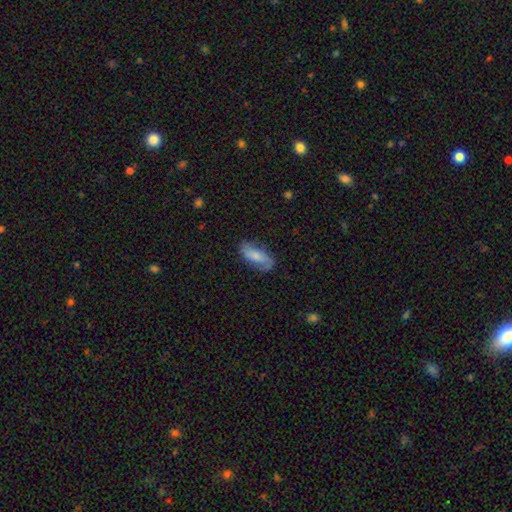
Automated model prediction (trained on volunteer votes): Q: Smooth or featured?
A: smooth (58%); runner-up: featured or disk (35%)
Q: How rounded?
A: in between (80%); runner-up: cigar-shaped (17%)
Q: Merging?
A: none (74%); runner-up: minor disturbance (20%)